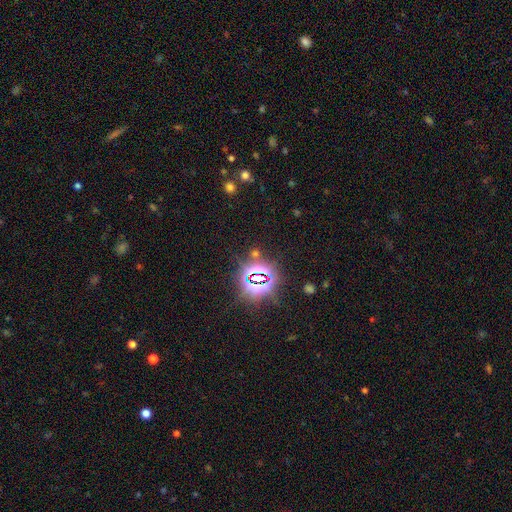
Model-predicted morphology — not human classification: Smooth or featured? Predicted: star or artifact (p=0.79).